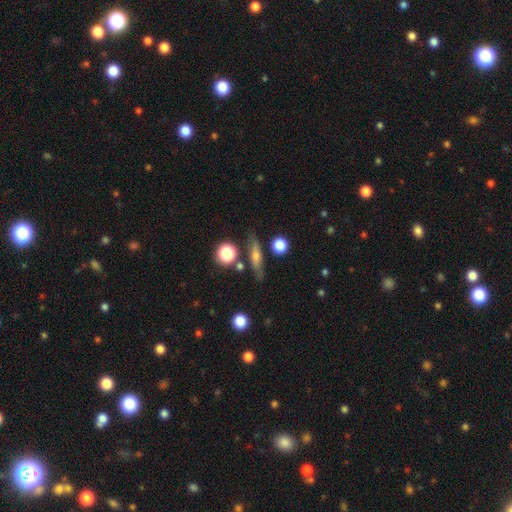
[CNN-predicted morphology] A featured or disk galaxy (45%). Merging: none (82%).